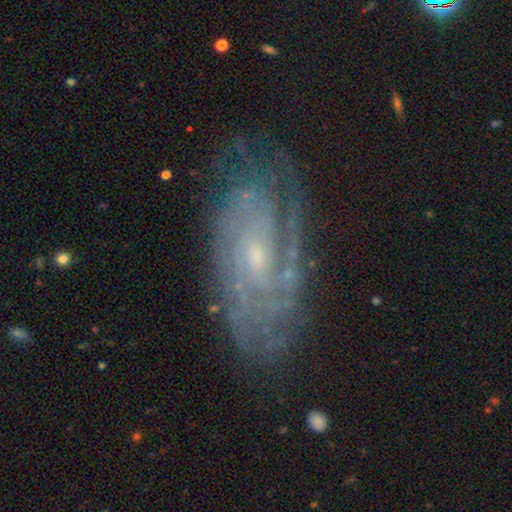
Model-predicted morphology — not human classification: A featured or disk galaxy (82%) with no bar (64%), tight (72%) spiral arms (95%) and a small central bulge (73%).

Vote fractions:
- Smooth or featured? featured or disk: 82% / smooth: 9% / star or artifact: 8%
- Edge-on disk? no: 94% / yes: 6%
- Bar? no: 64% / weak: 30% / strong: 6%
- Spiral arms? yes: 95% / no: 5%
- Spiral winding? tight: 72% / medium: 23% / loose: 5%
- Spiral arm count? can't tell: 45% / 2: 18% / 3: 13% / 4: 11% / more than 4: 7% / 1: 6%
- Bulge size? small: 73% / moderate: 20% / none: 4% / large: 1% / dominant: 1%
- Merging? none: 78% / minor disturbance: 16% / major disturbance: 5% / merger: 2%